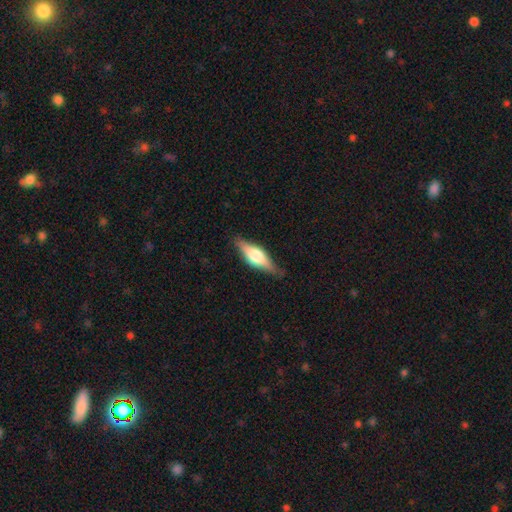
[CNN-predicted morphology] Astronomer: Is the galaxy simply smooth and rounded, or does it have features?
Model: featured or disk — 54% (runner-up: smooth, 40%).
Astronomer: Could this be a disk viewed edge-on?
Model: yes — 93%.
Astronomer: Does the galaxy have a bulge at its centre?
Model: rounded — 87%.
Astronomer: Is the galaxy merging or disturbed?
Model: none — 81%.